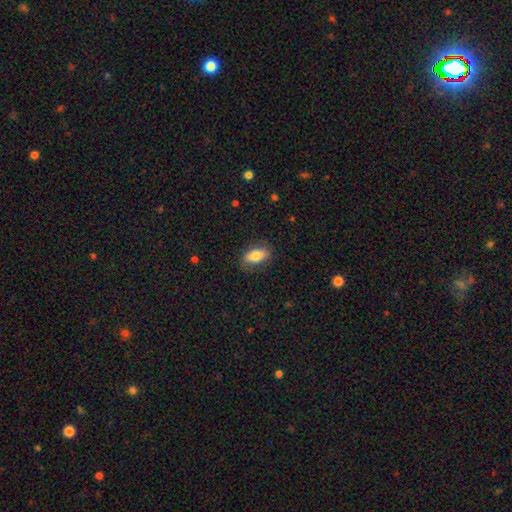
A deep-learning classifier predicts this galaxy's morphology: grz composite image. It shows a smooth galaxy with no disk features (78%) that is in between round and cigar-shaped (88%). Merging: none (82%).